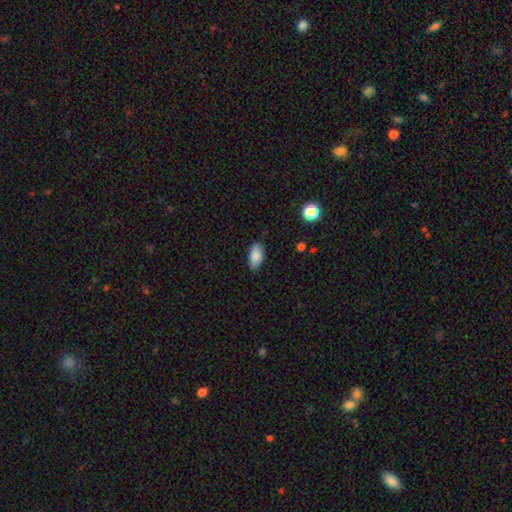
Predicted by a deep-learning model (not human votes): Morphology: type=smooth (87%); roundness=in between (91%); merging=none (86%).